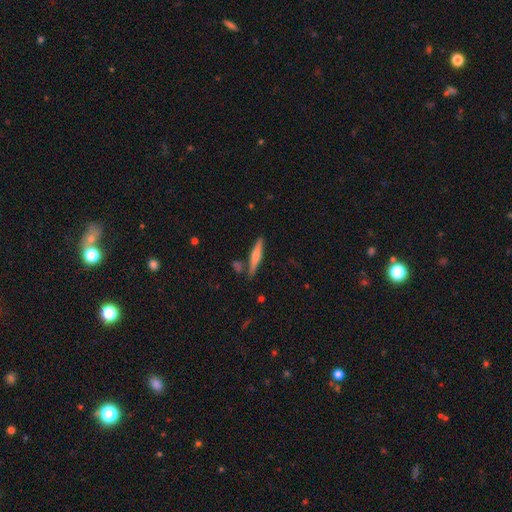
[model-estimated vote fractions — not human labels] Overall: smooth (48%; featured or disk 46%). Merging: none (82%).